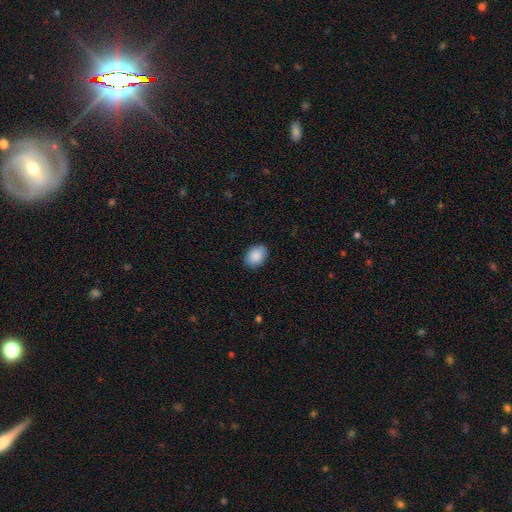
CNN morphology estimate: smooth_or_featured: smooth (p=0.89) [alt: star or artifact p=0.07]
how_rounded: in between (p=0.82) [alt: round p=0.17]
merging: none (p=0.88) [alt: minor disturbance p=0.09]